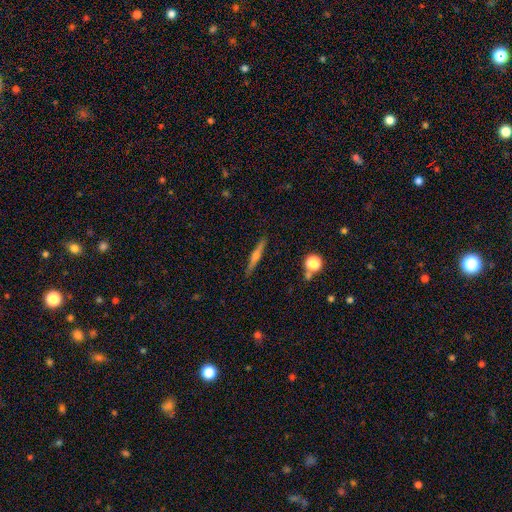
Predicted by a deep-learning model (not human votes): smooth-or-featured: featured or disk: 58% | smooth: 34% | star or artifact: 8%
  disk-edge-on: yes: 97% | no: 3%
    edge-on-bulge: rounded: 81% | none: 13% | boxy: 6%
  merging: none: 89% | minor disturbance: 7% | merger: 2% | major disturbance: 2%